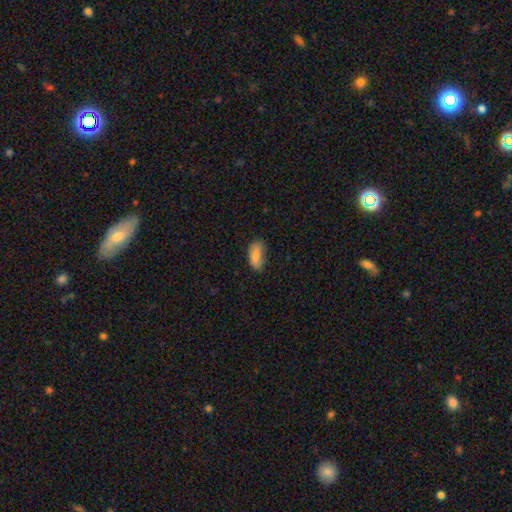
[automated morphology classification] Q: Smooth or featured?
A: smooth (82%); runner-up: featured or disk (11%)
Q: How rounded?
A: in between (87%); runner-up: cigar-shaped (10%)
Q: Merging?
A: none (67%); runner-up: minor disturbance (25%)